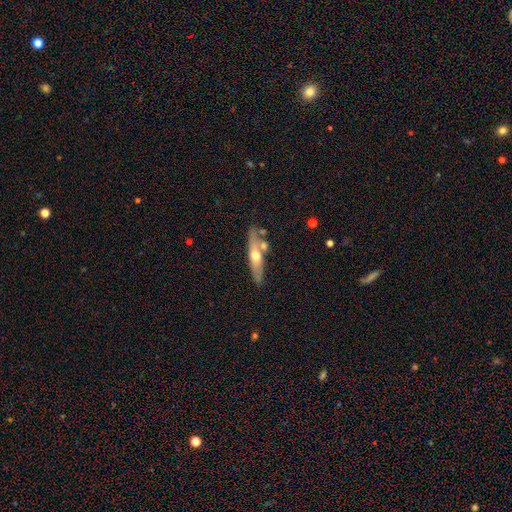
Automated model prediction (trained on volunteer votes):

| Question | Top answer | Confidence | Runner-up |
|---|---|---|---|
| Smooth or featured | featured or disk | 52% | smooth (42%) |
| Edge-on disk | yes | 72% | no (28%) |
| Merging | none | 70% | minor disturbance (15%) |